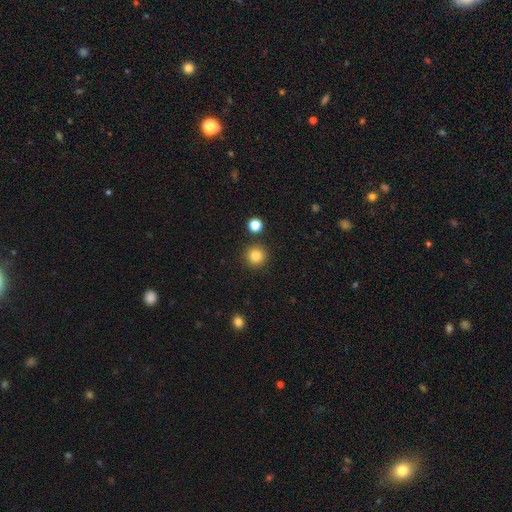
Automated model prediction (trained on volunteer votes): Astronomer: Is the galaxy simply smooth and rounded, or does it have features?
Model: smooth — 83%.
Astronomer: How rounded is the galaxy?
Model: round — 95%.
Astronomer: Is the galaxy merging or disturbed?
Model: none — 89%.